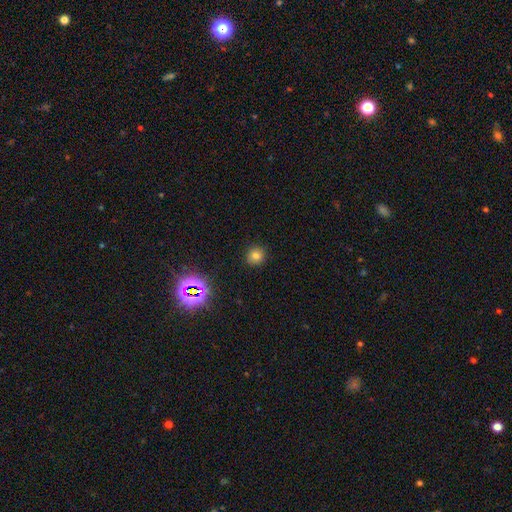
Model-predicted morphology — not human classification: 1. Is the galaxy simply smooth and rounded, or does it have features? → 73% smooth, 19% star or artifact, 8% featured or disk.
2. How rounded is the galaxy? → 91% round, 8% in between, 1% cigar-shaped.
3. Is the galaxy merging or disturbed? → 89% none, 8% minor disturbance, 2% major disturbance, 1% merger.